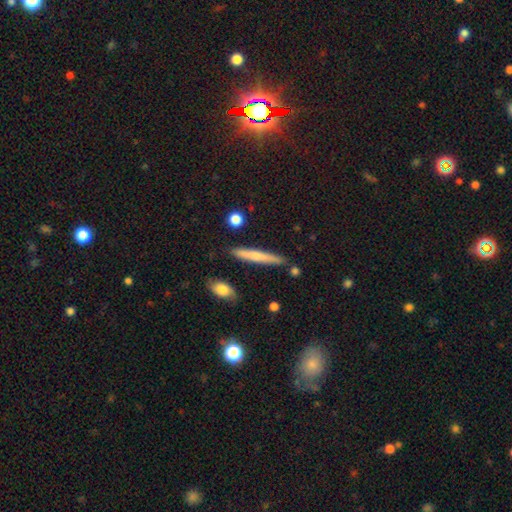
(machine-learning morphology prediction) Smooth or featured?
  - smooth: 64% *
  - featured or disk: 29%
  - star or artifact: 6%
How rounded?
  - cigar-shaped: 93% *
  - in between: 5%
  - round: 2%
Merging?
  - none: 86% *
  - minor disturbance: 9%
  - merger: 3%
  - major disturbance: 2%